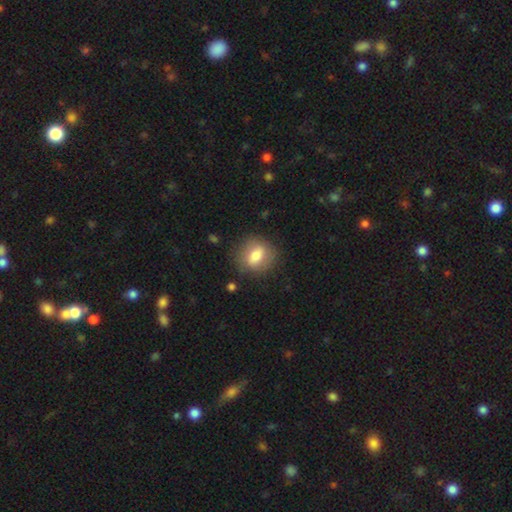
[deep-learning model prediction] A smooth galaxy with no disk features (68%) that is round (58%).

Vote fractions:
- Smooth or featured? smooth: 68% / featured or disk: 24% / star or artifact: 8%
- How rounded? round: 58% / in between: 39% / cigar-shaped: 3%
- Merging? none: 80% / minor disturbance: 13% / major disturbance: 5% / merger: 2%